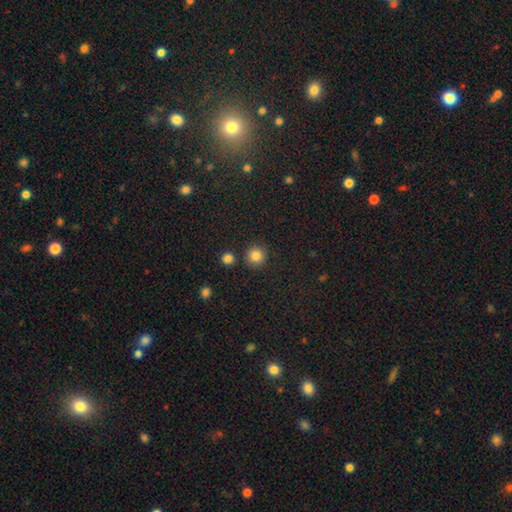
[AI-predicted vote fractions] This is clearly a smooth galaxy (84%). How rounded: clearly round (94%). Merging: clearly none (86%).